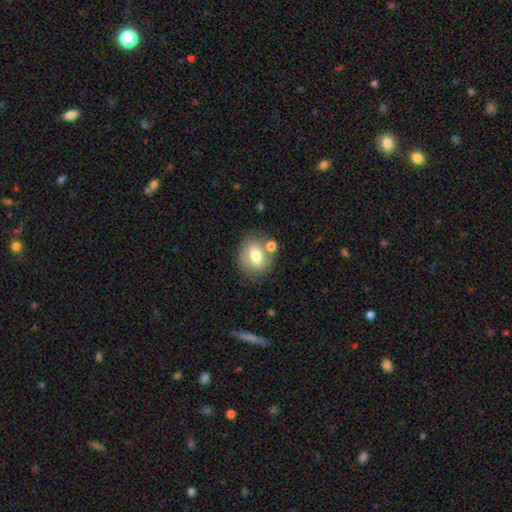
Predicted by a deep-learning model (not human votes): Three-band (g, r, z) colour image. It shows a smooth galaxy with no disk features (70%) that is round (62%). Merging: none (66%).